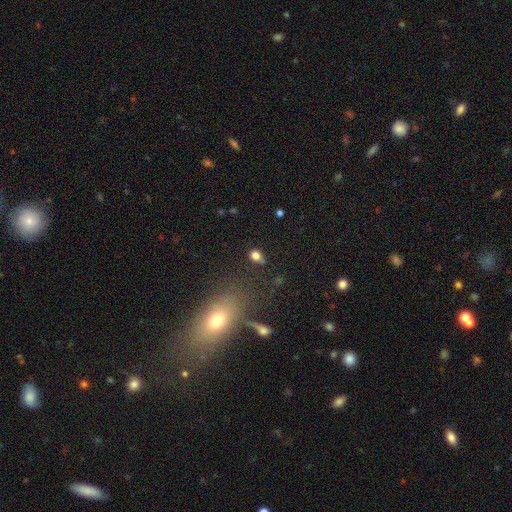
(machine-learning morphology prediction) type=smooth (79%); roundness=in between (57%); merging=none (71%).